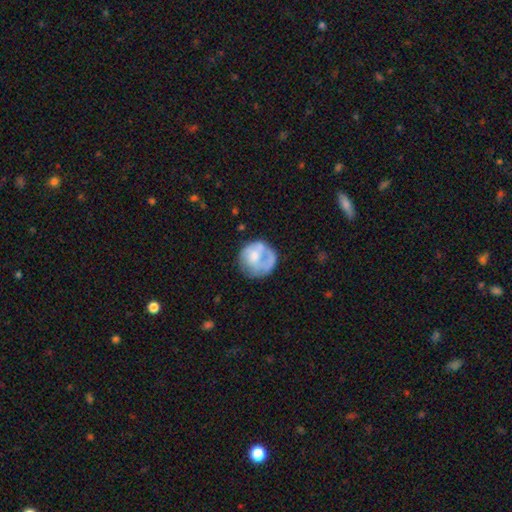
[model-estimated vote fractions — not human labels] Q: Smooth or featured?
A: smooth (48%); runner-up: featured or disk (46%)
Q: Merging?
A: none (56%); runner-up: minor disturbance (22%)